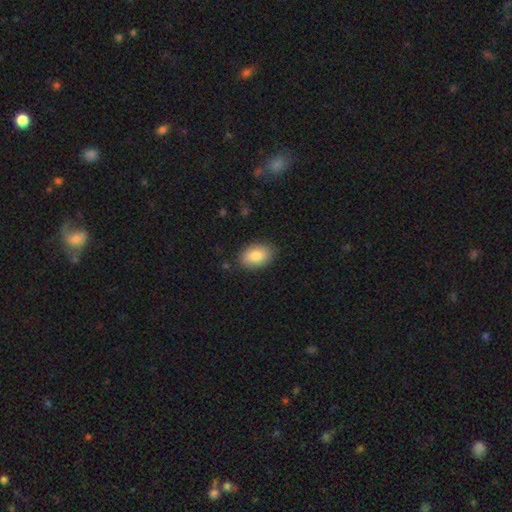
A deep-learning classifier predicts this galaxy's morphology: A smooth galaxy with no disk features (85%) that is in between round and cigar-shaped (91%). Merging: none (84%).